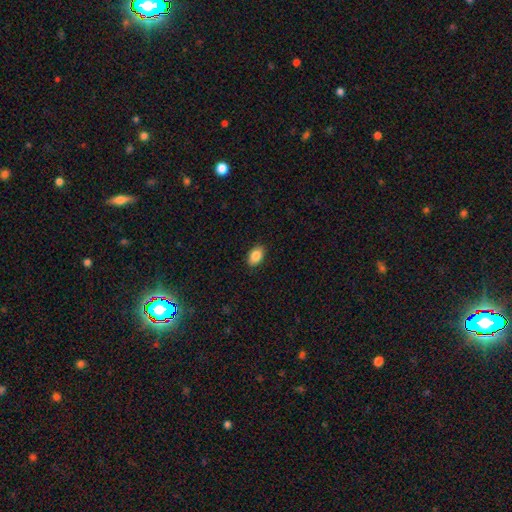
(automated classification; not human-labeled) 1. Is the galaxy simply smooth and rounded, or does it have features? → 87% smooth, 8% star or artifact, 6% featured or disk.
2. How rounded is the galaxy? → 88% in between, 11% round, 2% cigar-shaped.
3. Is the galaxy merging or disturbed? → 88% none, 9% minor disturbance, 2% major disturbance, 1% merger.